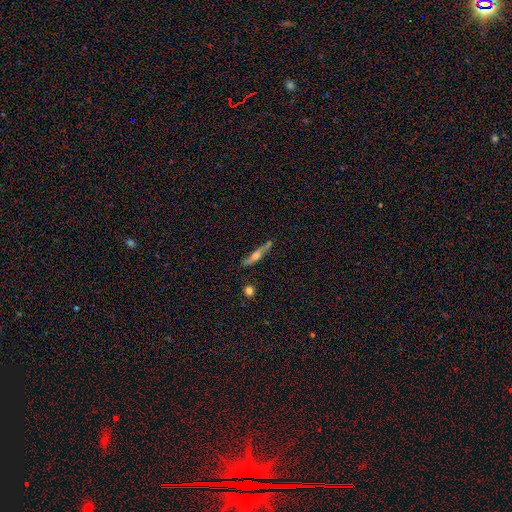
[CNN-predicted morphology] smooth-or-featured: featured or disk: 57% | smooth: 37% | star or artifact: 7%
  disk-edge-on: yes: 89% | no: 11%
    edge-on-bulge: rounded: 87% | none: 7% | boxy: 6%
  merging: none: 69% | minor disturbance: 20% | merger: 6% | major disturbance: 5%